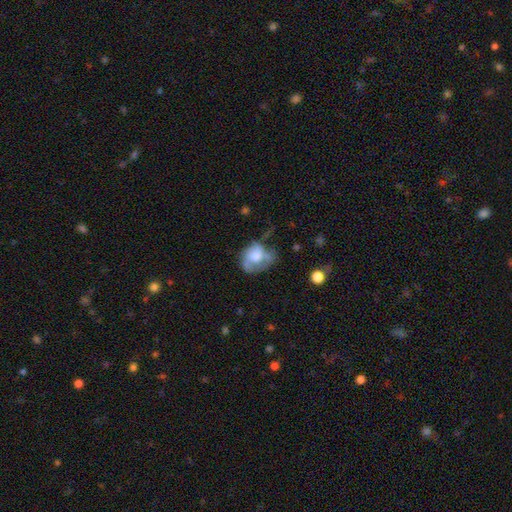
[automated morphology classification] This appears to be a smooth galaxy with no disk features (47%). Merging: major disturbance (33%).